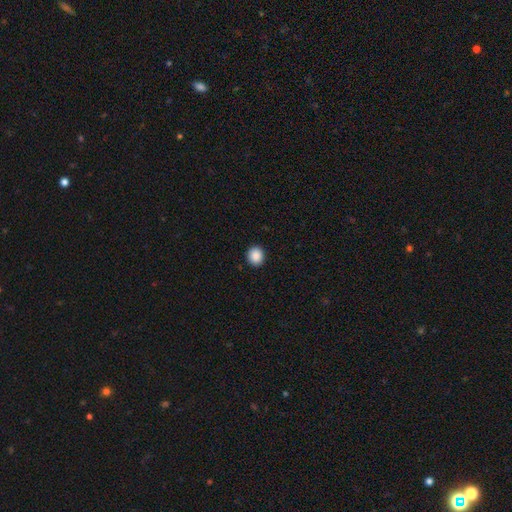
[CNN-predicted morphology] This appears to be a smooth galaxy with no disk features (89%) that is round (85%). Merging: none (93%).